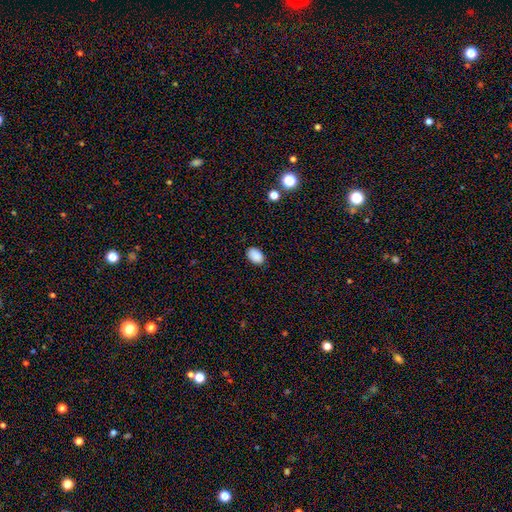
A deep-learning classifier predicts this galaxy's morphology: A smooth galaxy with no disk features (89%) that is in between round and cigar-shaped (88%).

Vote fractions:
- Smooth or featured? smooth: 89% / star or artifact: 8% / featured or disk: 3%
- How rounded? in between: 88% / round: 11% / cigar-shaped: 1%
- Merging? none: 87% / minor disturbance: 10% / major disturbance: 2% / merger: 1%